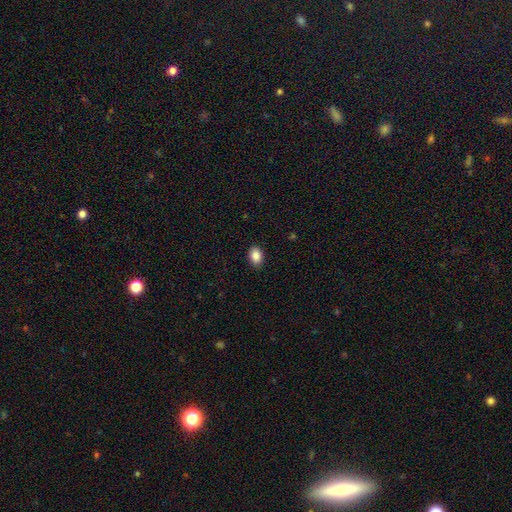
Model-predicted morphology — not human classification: Smooth or featured? Predicted: smooth (p=0.87). How rounded? Predicted: in between (p=0.80). Merging? Predicted: none (p=0.89).